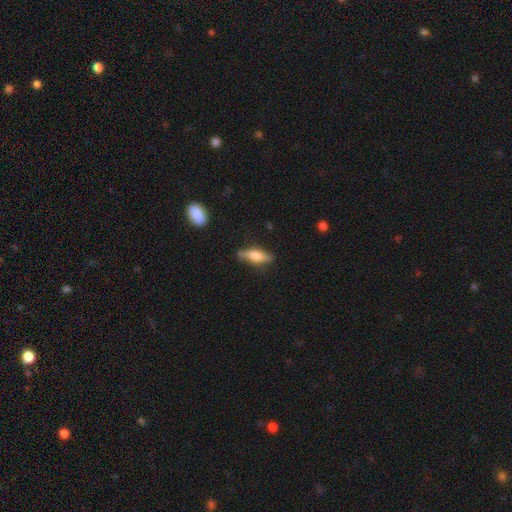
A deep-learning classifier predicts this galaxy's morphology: This is possibly a smooth galaxy (57%). How rounded: possibly cigar-shaped (54%). Merging: likely none (78%).